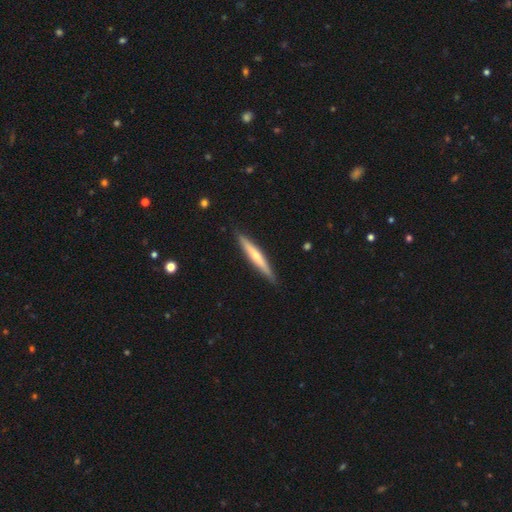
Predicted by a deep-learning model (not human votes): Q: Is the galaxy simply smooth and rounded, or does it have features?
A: featured or disk — 51%.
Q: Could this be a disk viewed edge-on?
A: yes — 96%.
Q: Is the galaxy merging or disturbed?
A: none — 88%.